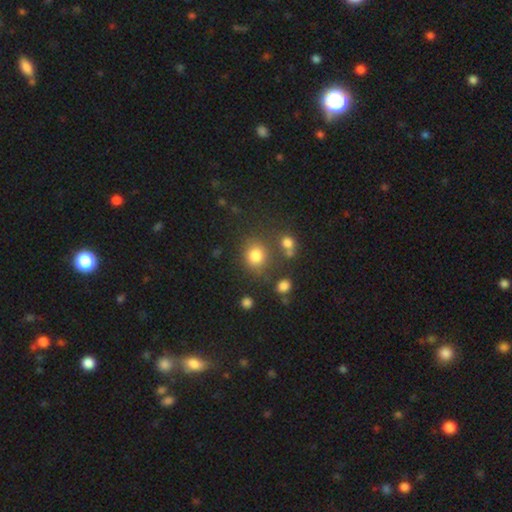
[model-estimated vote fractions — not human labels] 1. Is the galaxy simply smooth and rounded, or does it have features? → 80% smooth, 13% star or artifact, 7% featured or disk.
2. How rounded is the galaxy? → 82% round, 17% in between, 1% cigar-shaped.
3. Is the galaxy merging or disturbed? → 73% none, 11% minor disturbance, 11% merger, 5% major disturbance.